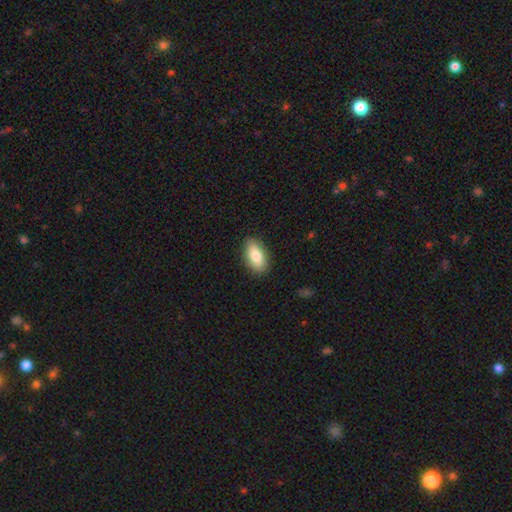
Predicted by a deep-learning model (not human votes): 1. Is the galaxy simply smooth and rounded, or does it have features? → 80% smooth, 13% featured or disk, 7% star or artifact.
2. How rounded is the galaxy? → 90% in between, 6% cigar-shaped, 4% round.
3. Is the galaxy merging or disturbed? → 87% none, 10% minor disturbance, 2% major disturbance, 1% merger.